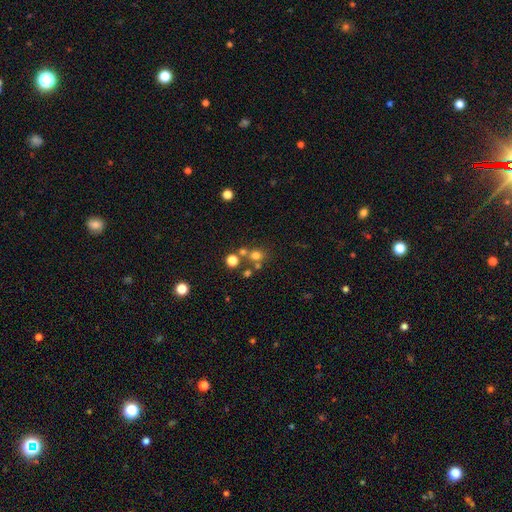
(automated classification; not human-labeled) smooth_or_featured: smooth (p=0.69) [alt: star or artifact p=0.20]
how_rounded: round (p=0.83) [alt: in between p=0.16]
merging: none (p=0.58) [alt: merger p=0.28]